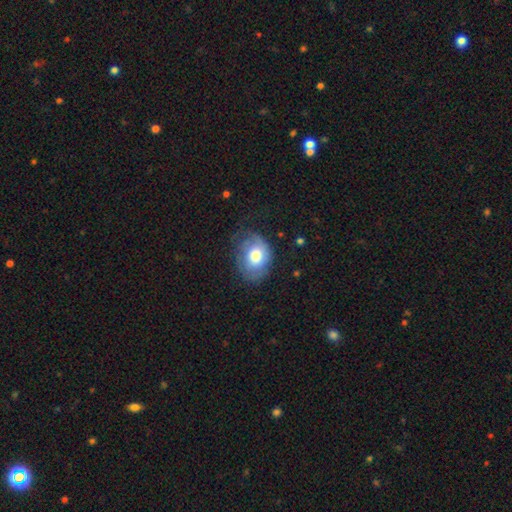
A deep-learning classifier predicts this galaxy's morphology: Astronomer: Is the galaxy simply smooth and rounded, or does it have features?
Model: smooth — 67%.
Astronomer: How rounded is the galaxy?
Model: in between — 62%.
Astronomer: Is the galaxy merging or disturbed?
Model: none — 54%.